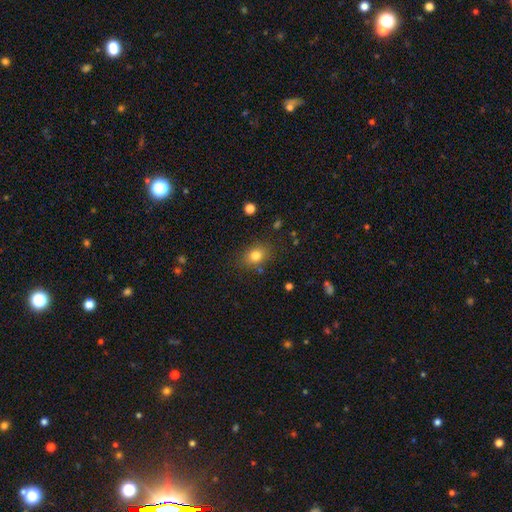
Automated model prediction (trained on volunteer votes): This appears to be a smooth galaxy with no disk features (80%) that is in between round and cigar-shaped (61%). Merging: none (82%).